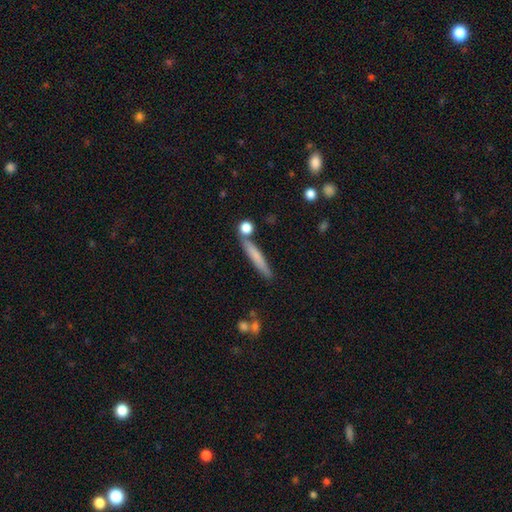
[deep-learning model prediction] This is likely a smooth galaxy (67%). How rounded: clearly cigar-shaped (93%). Merging: likely none (78%).